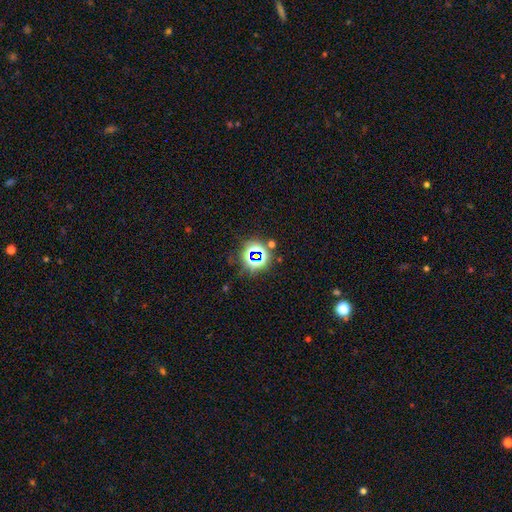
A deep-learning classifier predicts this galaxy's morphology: Smooth or featured? Predicted: star or artifact (p=0.70).